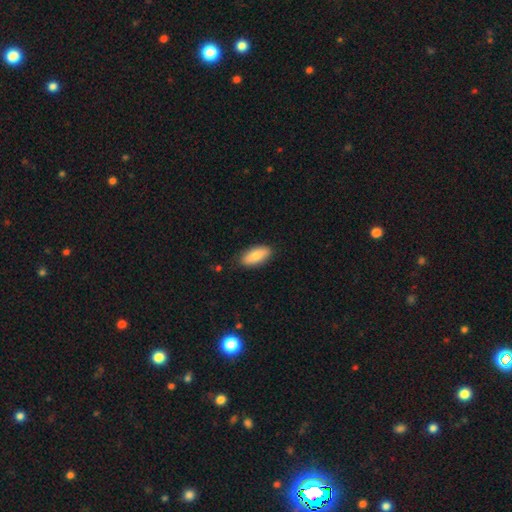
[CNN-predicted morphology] type=smooth (82%); roundness=in between (86%); merging=none (85%).